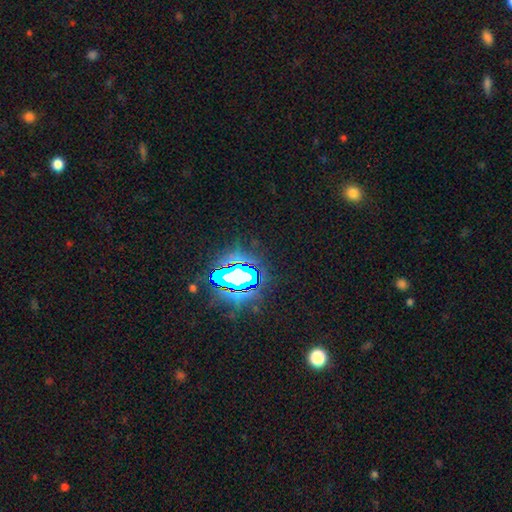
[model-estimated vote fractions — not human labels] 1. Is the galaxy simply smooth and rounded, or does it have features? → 82% star or artifact, 12% smooth, 6% featured or disk.